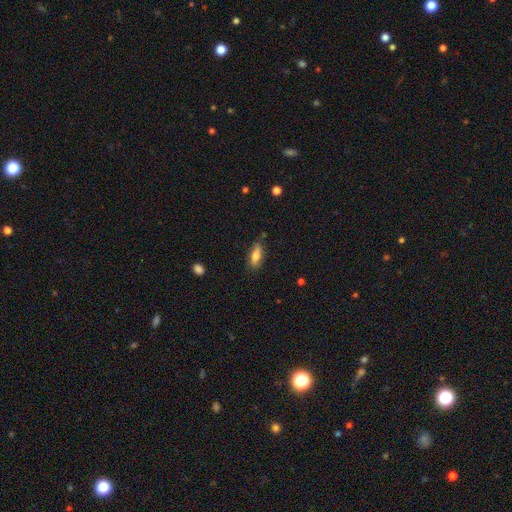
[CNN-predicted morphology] Overall: smooth (71%). How rounded: in between (72%). Merging: none (77%).